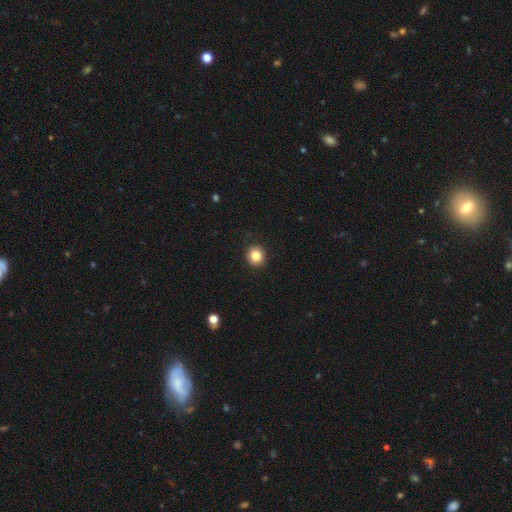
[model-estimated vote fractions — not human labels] smooth 85%, star or artifact 10%, featured or disk 5%. Down the decision tree: how rounded — round (85%); merging — none (91%).